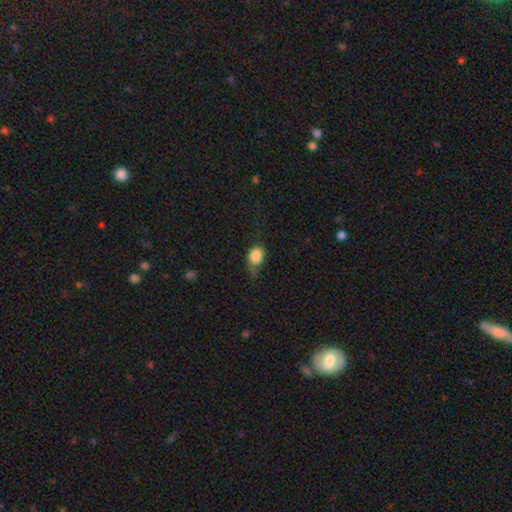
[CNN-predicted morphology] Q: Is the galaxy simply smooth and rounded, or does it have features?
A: smooth — 82%.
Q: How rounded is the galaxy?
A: in between — 56%.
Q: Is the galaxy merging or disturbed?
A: minor disturbance — 38%.